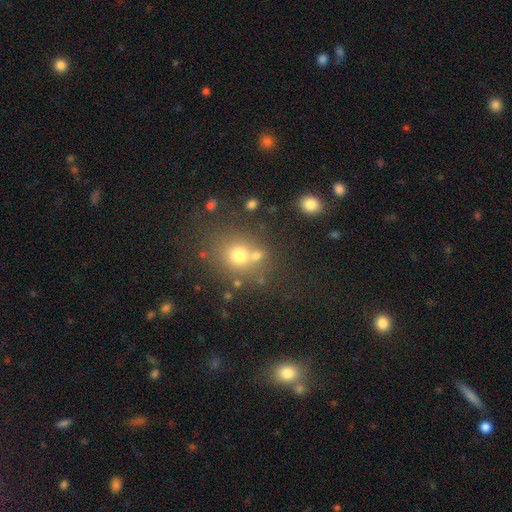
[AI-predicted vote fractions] This appears to be a smooth galaxy with no disk features (68%) that is round (81%). Merging: none (58%).